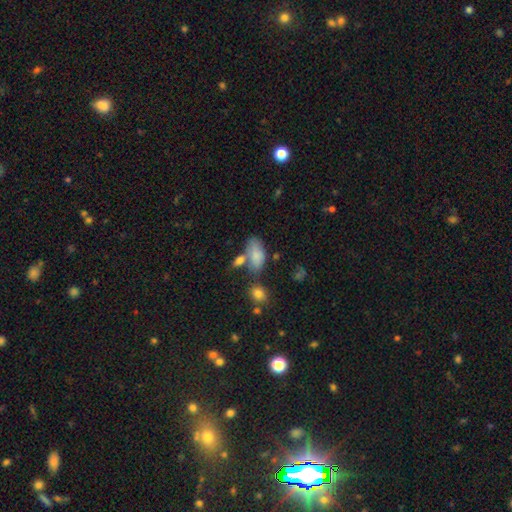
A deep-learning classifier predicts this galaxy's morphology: Smooth or featured? smooth (80%)
How rounded? in between (91%)
Merging? none (48%)